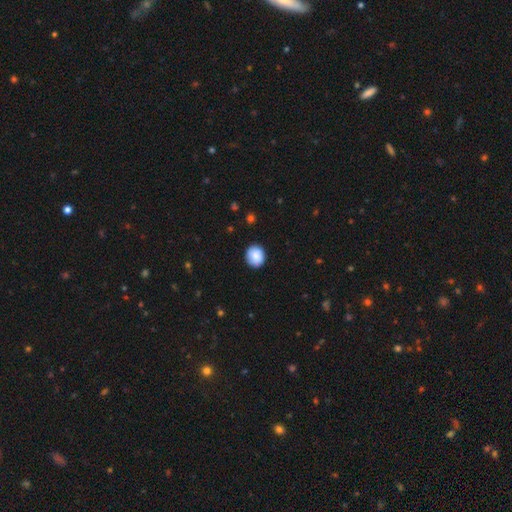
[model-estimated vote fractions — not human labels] A smooth galaxy with no disk features (85%) that is round (74%).

Vote fractions:
- Smooth or featured? smooth: 85% / star or artifact: 7% / featured or disk: 7%
- How rounded? round: 74% / in between: 25% / cigar-shaped: 1%
- Merging? none: 86% / minor disturbance: 11% / major disturbance: 2% / merger: 1%